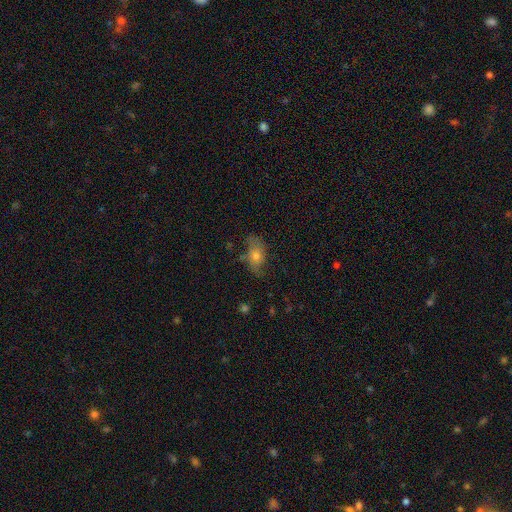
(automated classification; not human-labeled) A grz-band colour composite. It shows a smooth galaxy with no disk features (49%). Merging: none (65%).